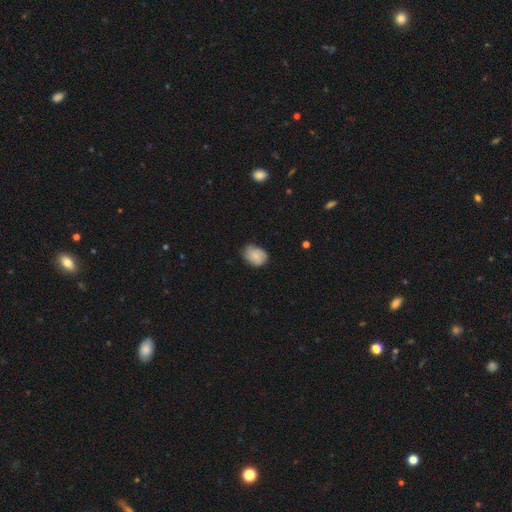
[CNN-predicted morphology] Q: Smooth or featured?
A: smooth (79%); runner-up: featured or disk (14%)
Q: How rounded?
A: in between (67%); runner-up: round (32%)
Q: Merging?
A: none (68%); runner-up: minor disturbance (26%)